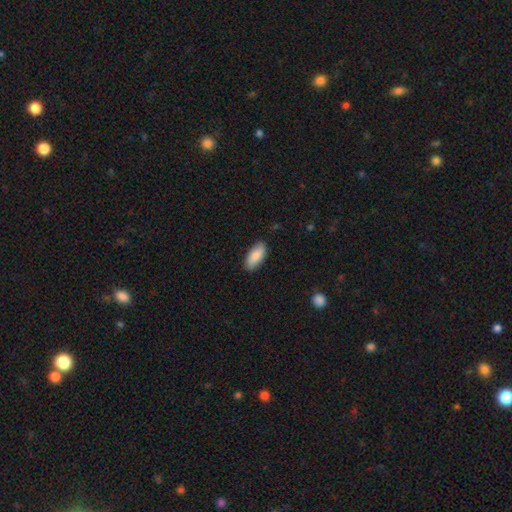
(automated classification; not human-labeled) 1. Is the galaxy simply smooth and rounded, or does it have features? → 87% smooth, 7% featured or disk, 6% star or artifact.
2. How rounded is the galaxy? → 88% in between, 10% cigar-shaped, 2% round.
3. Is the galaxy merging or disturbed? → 86% none, 11% minor disturbance, 2% major disturbance, 1% merger.